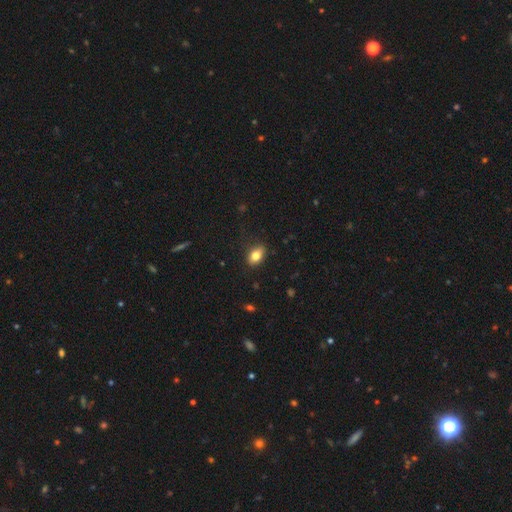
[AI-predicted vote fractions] A smooth galaxy with no disk features (81%) that is in between round and cigar-shaped (82%). Merging: none (81%).